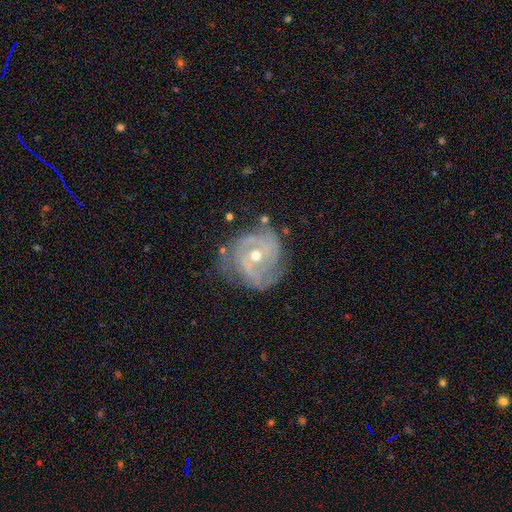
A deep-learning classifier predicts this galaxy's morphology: featured or disk 82%, smooth 12%, star or artifact 6%. Down the decision tree: edge-on disk — no (97%); bar — no (65%); spiral arms — yes (84%); spiral arm count — 2 (39%); spiral winding — tight (63%); bulge size — moderate (71%); merging — none (60%).